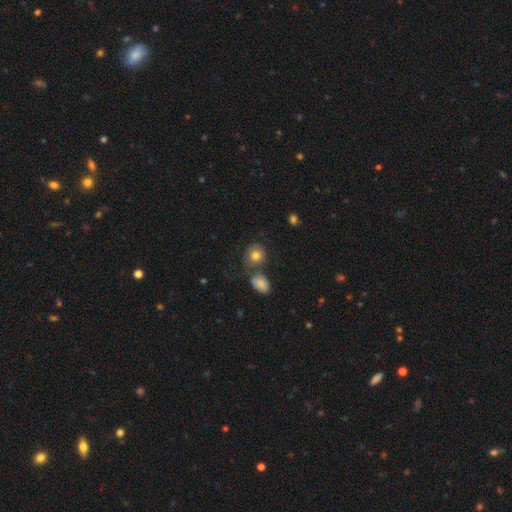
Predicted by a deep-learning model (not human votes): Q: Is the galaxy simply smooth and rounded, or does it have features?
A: smooth — 79%.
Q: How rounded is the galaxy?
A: round — 72%.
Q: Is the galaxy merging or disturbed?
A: none — 58%.